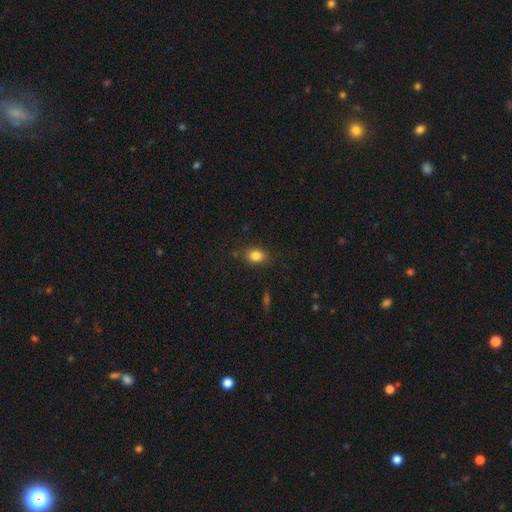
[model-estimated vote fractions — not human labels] The model was most divided on "how rounded": in between: 54%, round: 45%, cigar-shaped: 1%. More confident: merging — none (84%); smooth or featured — smooth (82%).